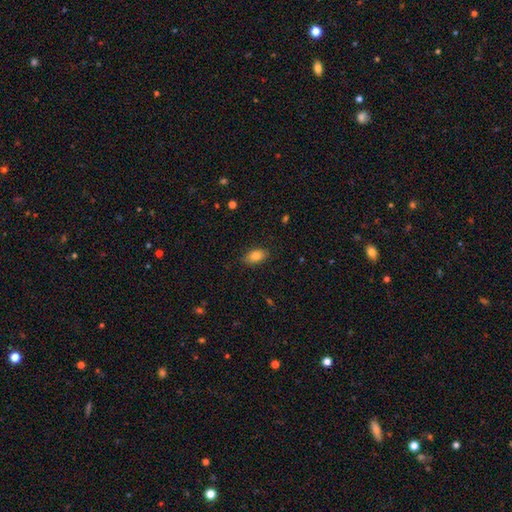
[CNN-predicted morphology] The model was most divided on "smooth or featured": smooth: 81%, featured or disk: 10%, star or artifact: 8%. More confident: how rounded — in between (90%); merging — none (85%).